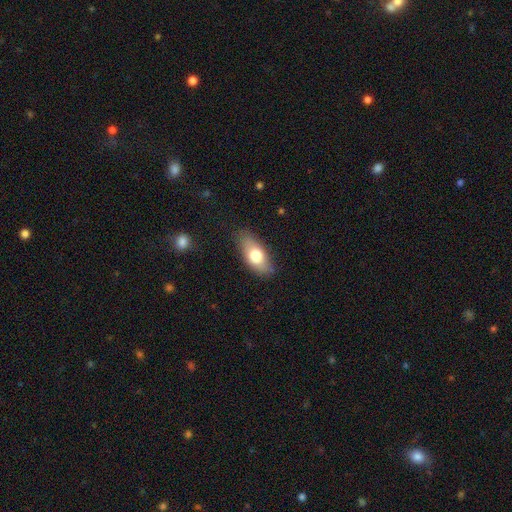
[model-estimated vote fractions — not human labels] Overall: smooth (70%). How rounded: in between (82%). Merging: none (77%).